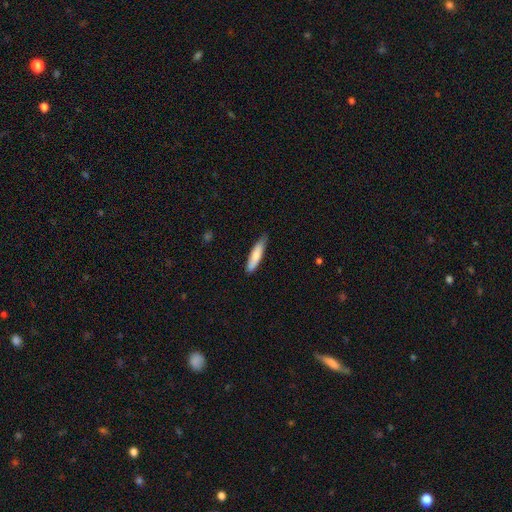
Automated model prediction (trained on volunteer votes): A smooth galaxy with no disk features (77%) that is cigar-shaped (77%). Merging: none (75%).